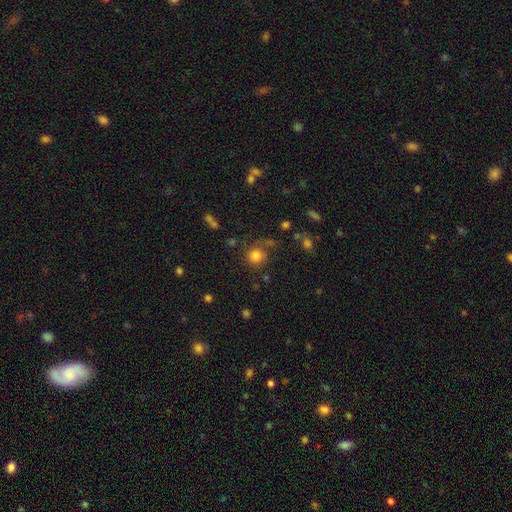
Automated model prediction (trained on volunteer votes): smooth 81%, star or artifact 12%, featured or disk 8%. Down the decision tree: how rounded — round (90%); merging — none (70%).